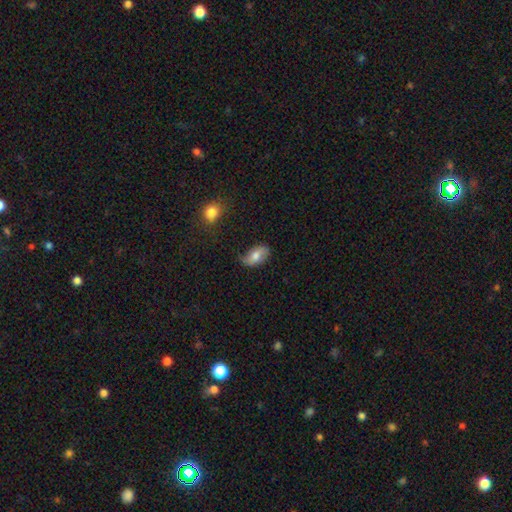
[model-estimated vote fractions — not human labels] Q: Smooth or featured?
A: smooth (63%); runner-up: featured or disk (29%)
Q: How rounded?
A: in between (91%); runner-up: round (6%)
Q: Merging?
A: none (60%); runner-up: minor disturbance (29%)